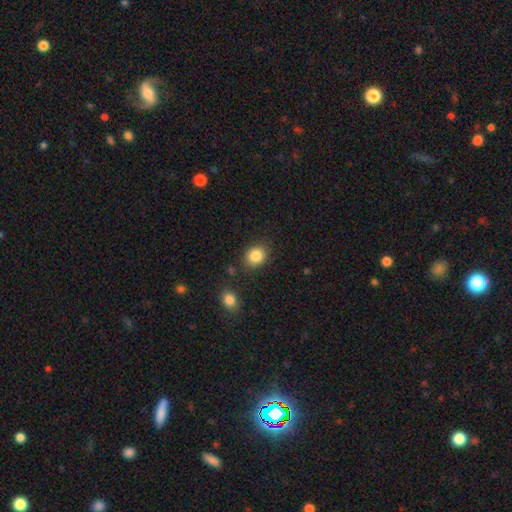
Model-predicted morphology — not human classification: type=smooth (85%); roundness=round (57%); merging=none (83%).